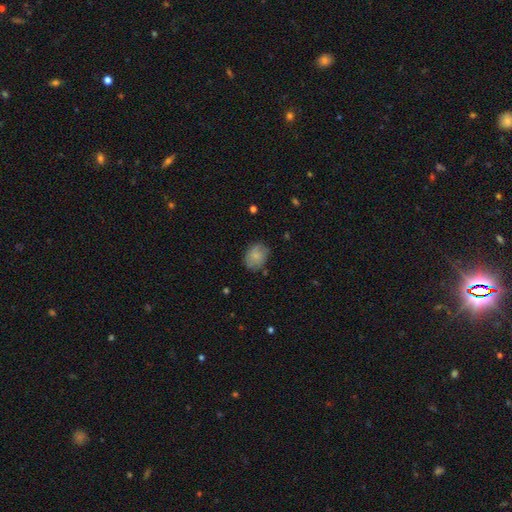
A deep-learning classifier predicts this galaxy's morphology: Smooth or featured?
  - smooth: 76% *
  - featured or disk: 16%
  - star or artifact: 8%
How rounded?
  - in between: 55% *
  - round: 44%
  - cigar-shaped: 1%
Merging?
  - none: 72% *
  - minor disturbance: 22%
  - major disturbance: 5%
  - merger: 2%